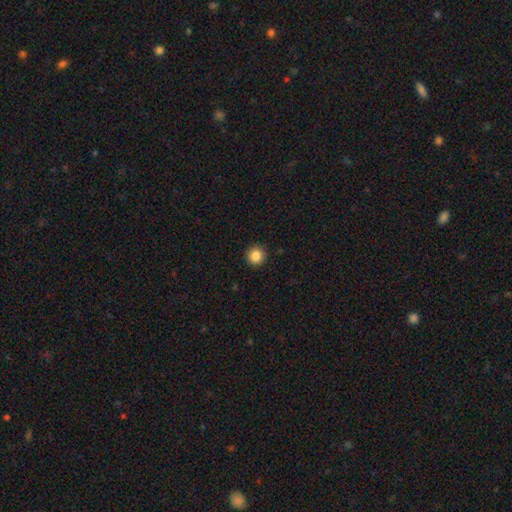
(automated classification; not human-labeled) A smooth galaxy with no disk features (85%) that is round (95%). Merging: none (93%).